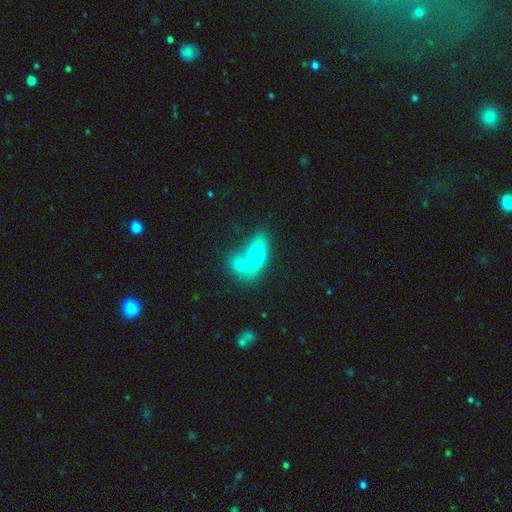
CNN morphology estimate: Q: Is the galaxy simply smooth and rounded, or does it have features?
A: smooth — 68%.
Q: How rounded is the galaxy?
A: in between — 79%.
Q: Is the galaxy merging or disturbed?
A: merger — 64%.